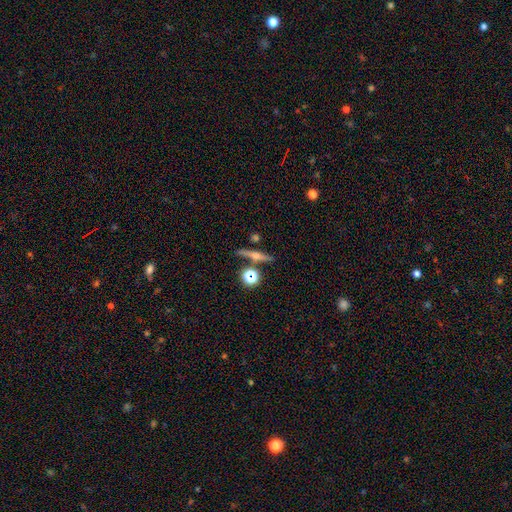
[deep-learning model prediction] featured or disk 68%, smooth 21%, star or artifact 11%. Down the decision tree: edge-on disk — yes (96%); edge-on bulge — rounded (91%); merging — none (82%).